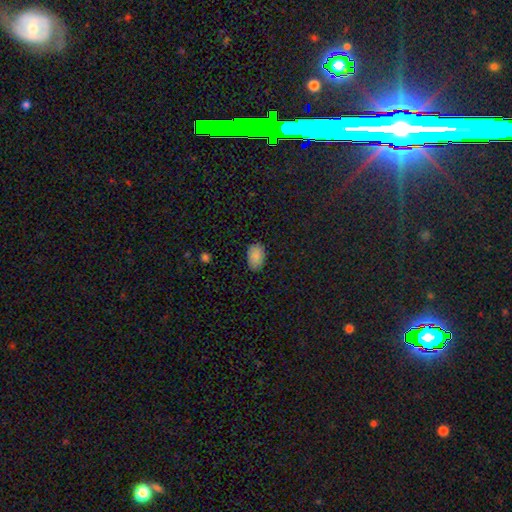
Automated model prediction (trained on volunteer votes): Smooth or featured?
  - smooth: 88% *
  - star or artifact: 9%
  - featured or disk: 4%
How rounded?
  - in between: 90% *
  - round: 8%
  - cigar-shaped: 1%
Merging?
  - none: 86% *
  - minor disturbance: 11%
  - major disturbance: 2%
  - merger: 1%